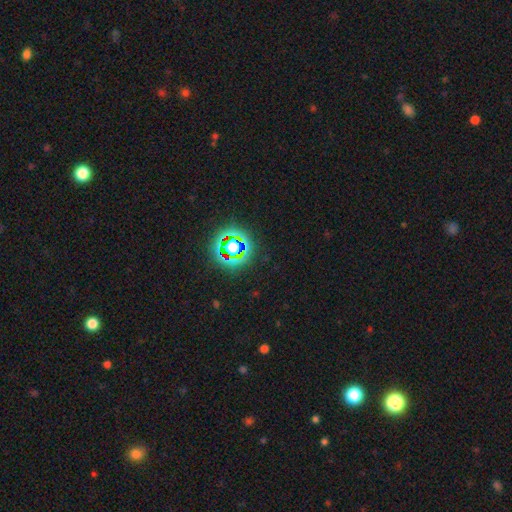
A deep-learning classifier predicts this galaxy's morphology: This is clearly a star or artifact rather than a galaxy (82%).